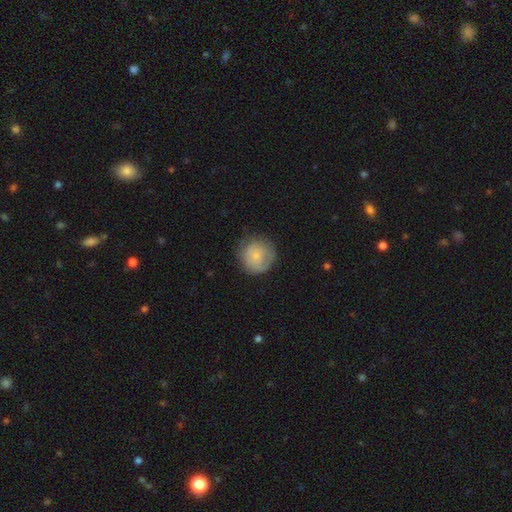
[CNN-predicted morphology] This appears to be a smooth galaxy with no disk features (76%) that is round (92%). Merging: none (71%).